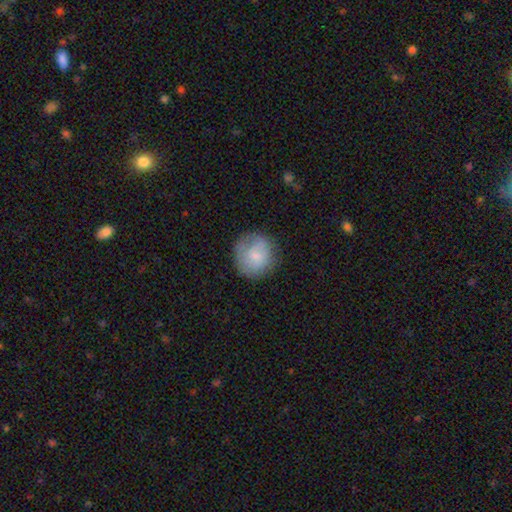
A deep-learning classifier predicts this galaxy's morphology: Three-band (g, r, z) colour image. It shows a smooth galaxy with no disk features (69%) that is round (88%). Merging: none (73%).